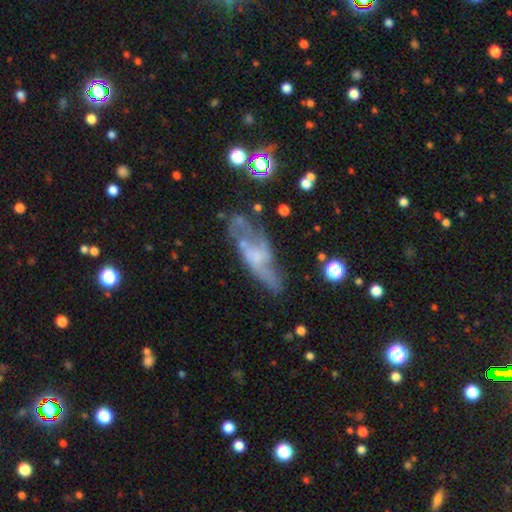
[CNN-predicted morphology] Overall: featured or disk (57%; smooth 32%). Edge-on disk: no (76%). Merging: none (45%; minor disturbance 25%).